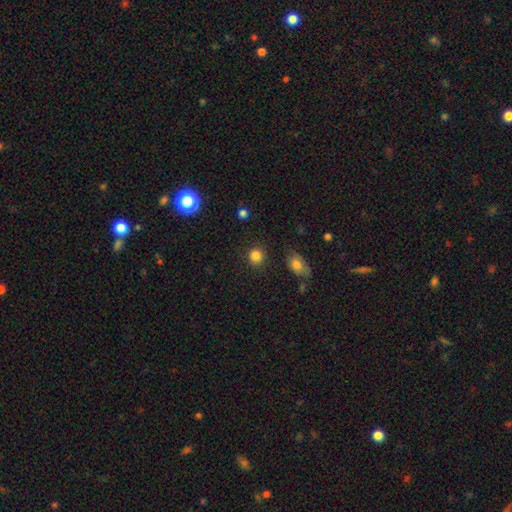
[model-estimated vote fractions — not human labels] smooth 85%, star or artifact 11%, featured or disk 4%. Down the decision tree: how rounded — round (89%); merging — none (88%).